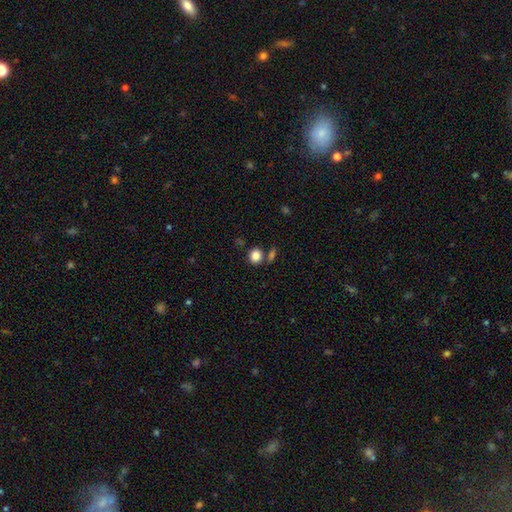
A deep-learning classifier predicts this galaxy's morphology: smooth_or_featured: smooth (p=0.85) [alt: star or artifact p=0.10]
how_rounded: round (p=0.71) [alt: in between p=0.28]
merging: none (p=0.71) [alt: merger p=0.15]